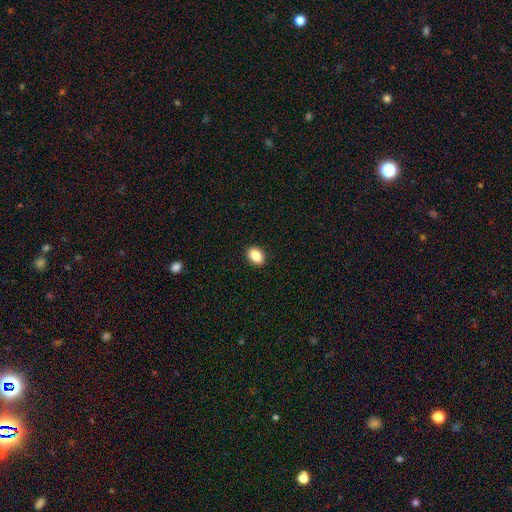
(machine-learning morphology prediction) Smooth or featured? smooth (86%)
How rounded? in between (78%)
Merging? none (91%)